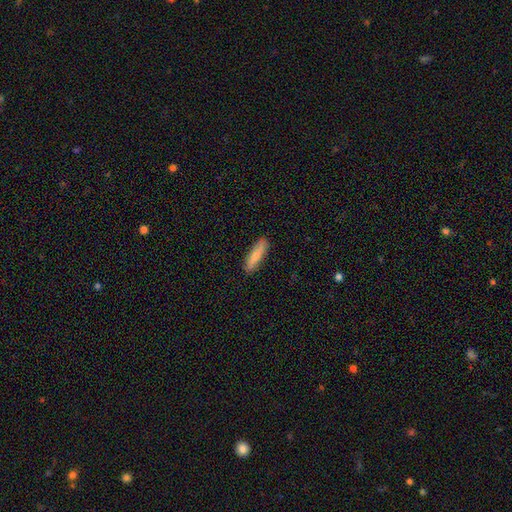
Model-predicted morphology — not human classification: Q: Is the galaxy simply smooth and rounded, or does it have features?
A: smooth — 73%.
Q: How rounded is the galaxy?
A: cigar-shaped — 74%.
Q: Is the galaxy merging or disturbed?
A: none — 88%.